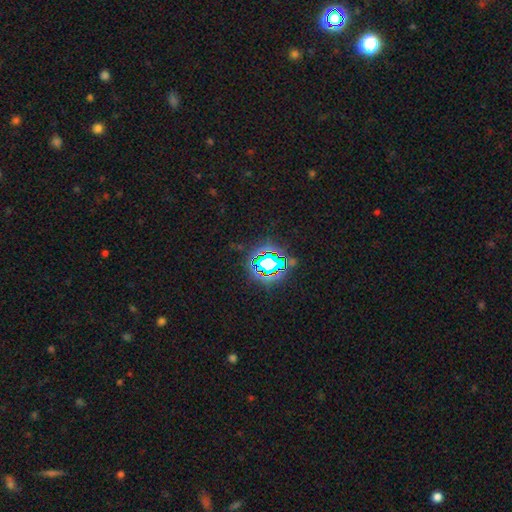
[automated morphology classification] A star or artifact, not a galaxy (81%).

Vote fractions:
- Smooth or featured? star or artifact: 81% / smooth: 12% / featured or disk: 7%